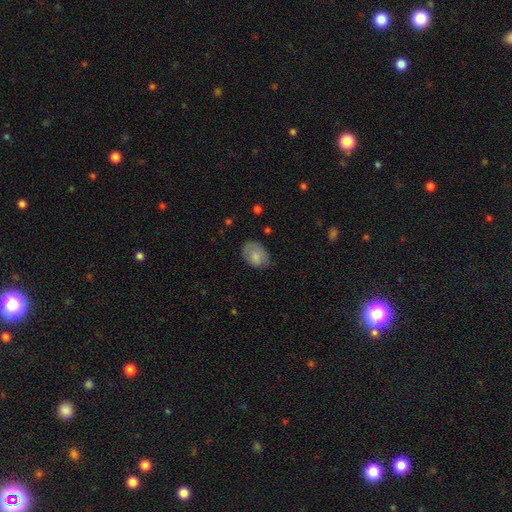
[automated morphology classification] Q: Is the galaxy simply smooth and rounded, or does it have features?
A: smooth — 80%.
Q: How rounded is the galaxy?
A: in between — 78%.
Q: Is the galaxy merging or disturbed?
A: none — 64%.